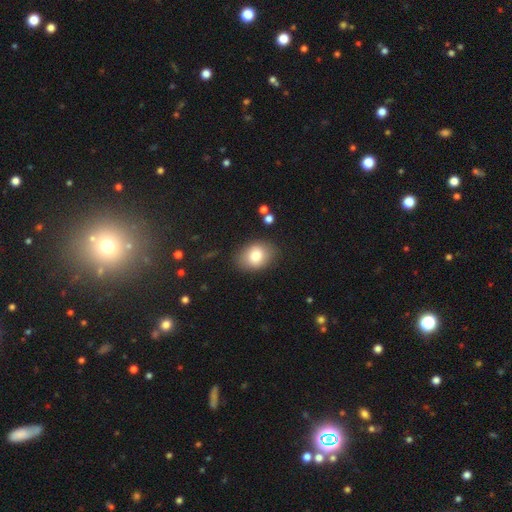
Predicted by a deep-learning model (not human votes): Smooth or featured: smooth — 80% (featured or disk — 11%)
How rounded: in between — 68% (round — 31%)
Merging: none — 82% (minor disturbance — 12%)